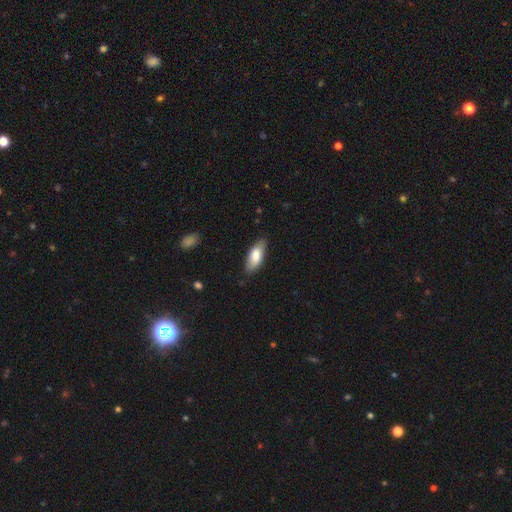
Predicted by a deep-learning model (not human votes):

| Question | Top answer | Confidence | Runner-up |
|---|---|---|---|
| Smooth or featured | smooth | 78% | featured or disk (16%) |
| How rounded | in between | 77% | cigar-shaped (21%) |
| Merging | none | 83% | minor disturbance (14%) |